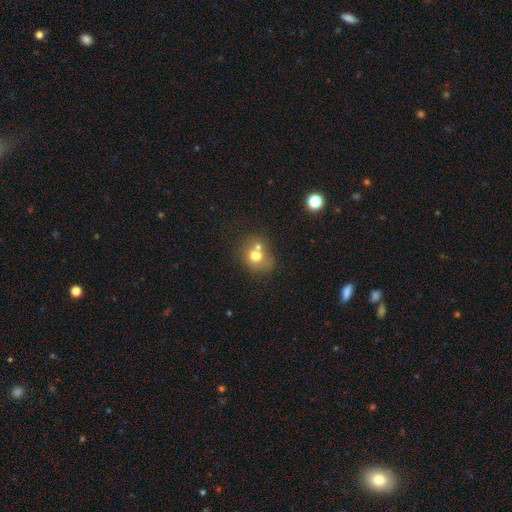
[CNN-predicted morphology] A smooth galaxy with no disk features (68%) that is round (62%). Merging: merger (46%).